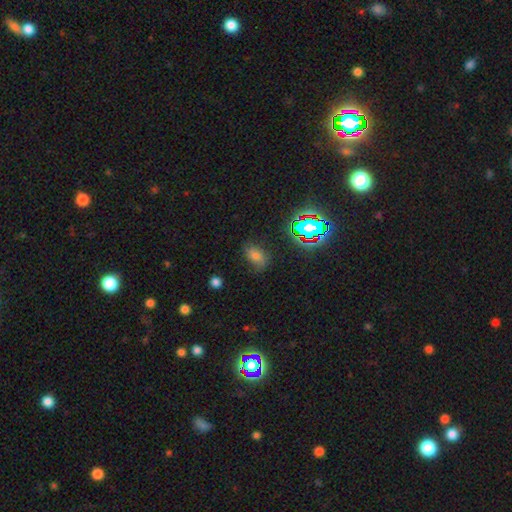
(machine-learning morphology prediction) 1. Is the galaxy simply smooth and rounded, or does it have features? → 60% smooth, 23% star or artifact, 17% featured or disk.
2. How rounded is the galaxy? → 85% in between, 13% round, 2% cigar-shaped.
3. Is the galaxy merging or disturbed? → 64% none, 24% minor disturbance, 9% major disturbance, 2% merger.